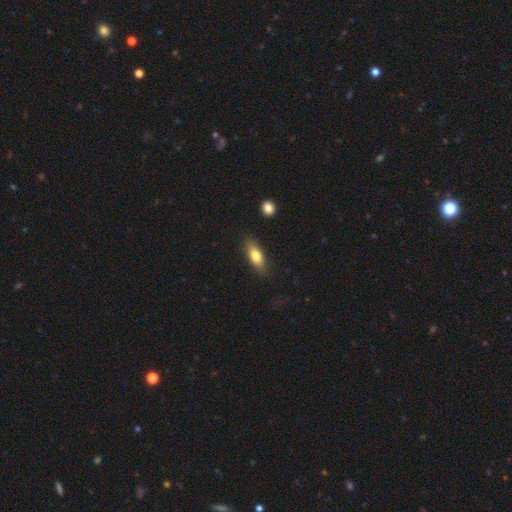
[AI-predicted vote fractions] Smooth or featured? Predicted: smooth (p=0.75). How rounded? Predicted: in between (p=0.71). Merging? Predicted: none (p=0.81).